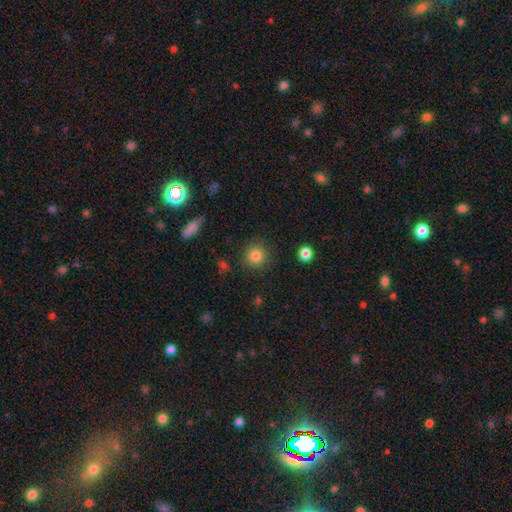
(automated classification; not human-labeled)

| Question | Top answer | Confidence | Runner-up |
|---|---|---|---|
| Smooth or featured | smooth | 83% | star or artifact (11%) |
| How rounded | round | 93% | in between (6%) |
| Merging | none | 89% | minor disturbance (7%) |